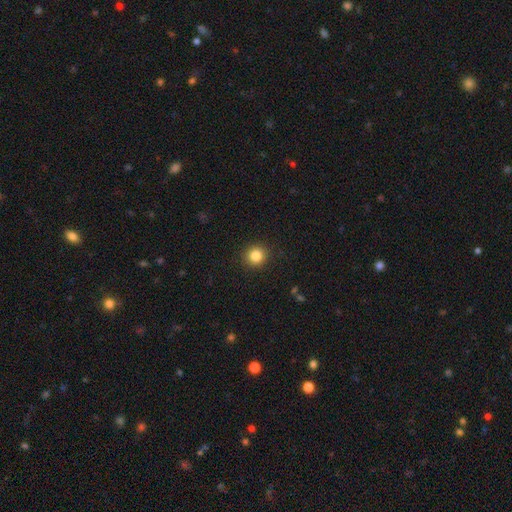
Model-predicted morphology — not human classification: Smooth or featured? Predicted: smooth (p=0.84). How rounded? Predicted: round (p=0.93). Merging? Predicted: none (p=0.91).